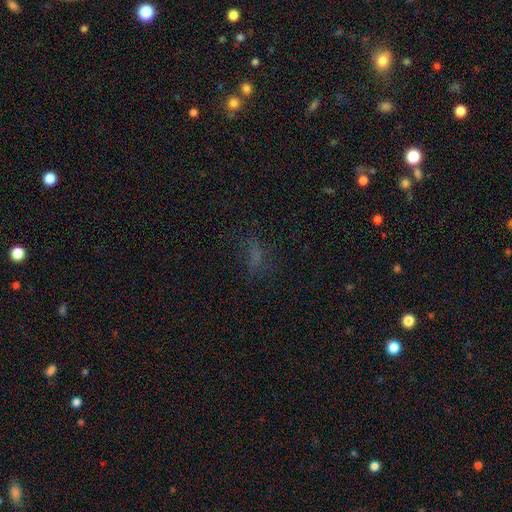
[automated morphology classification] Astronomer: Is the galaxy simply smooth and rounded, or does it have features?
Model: smooth — 51% (runner-up: star or artifact, 30%).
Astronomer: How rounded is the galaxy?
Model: in between — 63%.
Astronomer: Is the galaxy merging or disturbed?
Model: none — 56%.